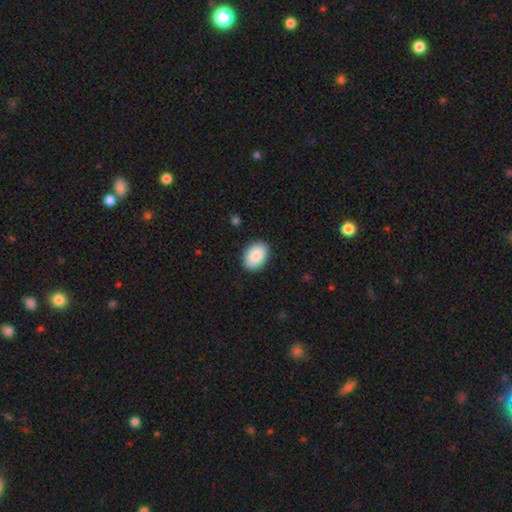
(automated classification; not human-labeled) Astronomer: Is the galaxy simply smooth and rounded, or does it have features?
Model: smooth — 89%.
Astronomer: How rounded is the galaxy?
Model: in between — 84%.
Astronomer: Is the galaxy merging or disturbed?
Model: none — 89%.